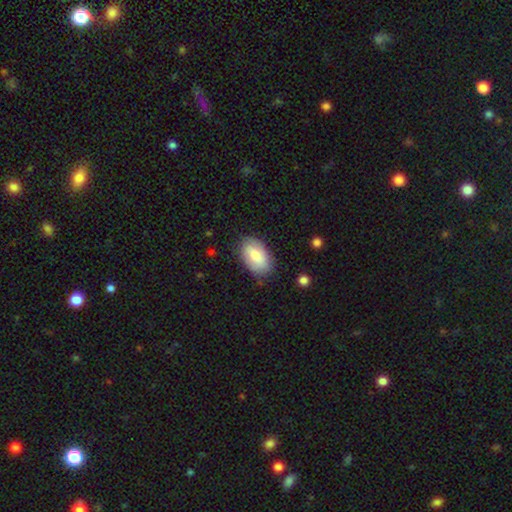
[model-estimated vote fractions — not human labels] Q: Smooth or featured?
A: smooth (75%); runner-up: featured or disk (19%)
Q: How rounded?
A: in between (94%); runner-up: round (5%)
Q: Merging?
A: none (81%); runner-up: minor disturbance (15%)